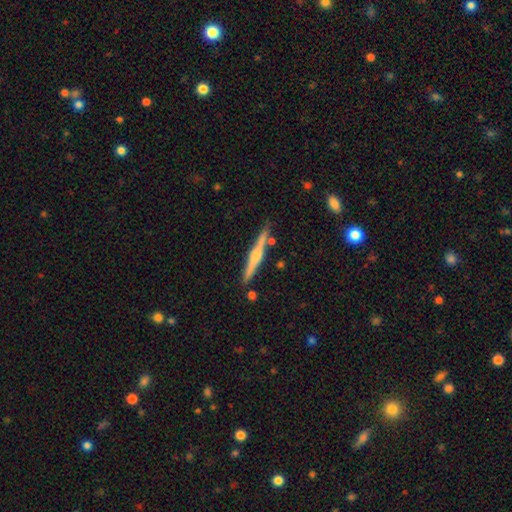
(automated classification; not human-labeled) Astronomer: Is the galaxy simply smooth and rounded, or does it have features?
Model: featured or disk — 73%.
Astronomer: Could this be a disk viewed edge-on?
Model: yes — 97%.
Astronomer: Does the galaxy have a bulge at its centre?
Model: rounded — 80%.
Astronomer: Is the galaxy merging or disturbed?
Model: none — 85%.